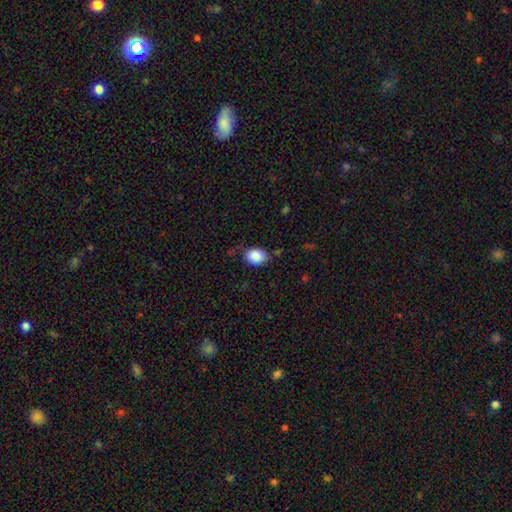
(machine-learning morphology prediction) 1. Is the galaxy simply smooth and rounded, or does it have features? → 88% smooth, 7% star or artifact, 5% featured or disk.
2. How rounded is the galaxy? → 72% in between, 27% round, 1% cigar-shaped.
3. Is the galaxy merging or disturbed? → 72% none, 20% minor disturbance, 5% major disturbance, 2% merger.